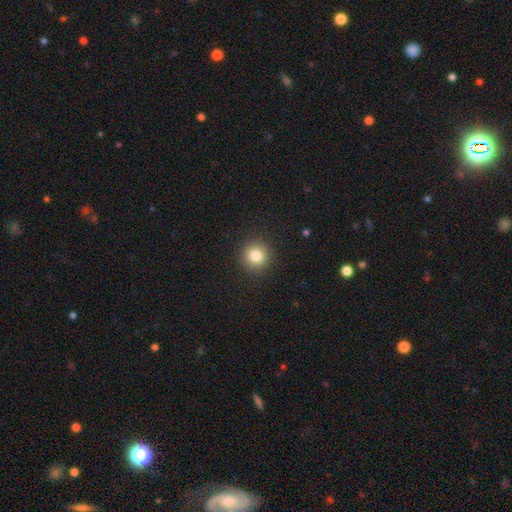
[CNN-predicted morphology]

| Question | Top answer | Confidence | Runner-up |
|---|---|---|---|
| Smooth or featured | smooth | 82% | star or artifact (11%) |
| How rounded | round | 91% | in between (8%) |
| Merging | none | 91% | minor disturbance (6%) |